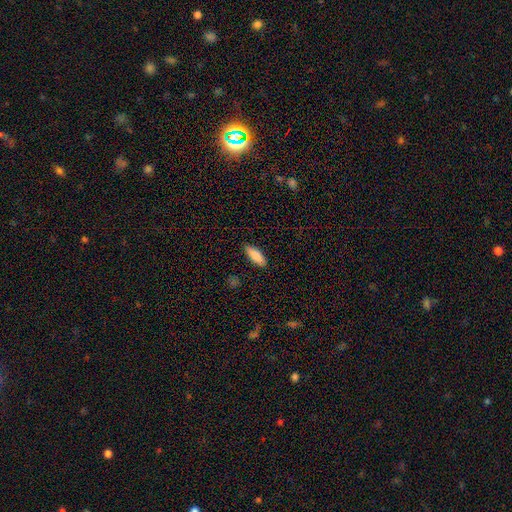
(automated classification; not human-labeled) This is clearly a smooth galaxy (86%). How rounded: likely in between (69%). Merging: clearly none (88%).